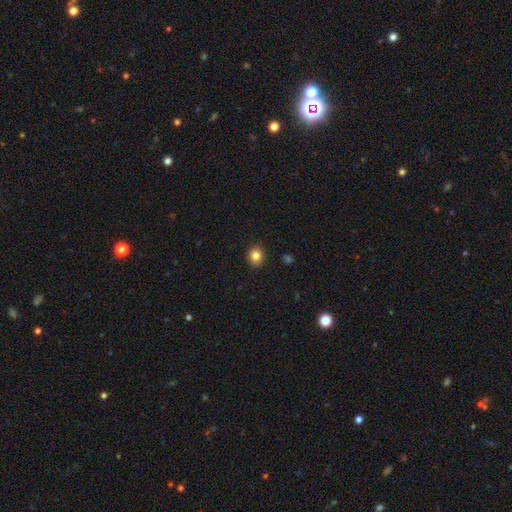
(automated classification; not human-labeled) This appears to be a smooth galaxy with no disk features (83%) that is round (81%). Merging: none (89%).